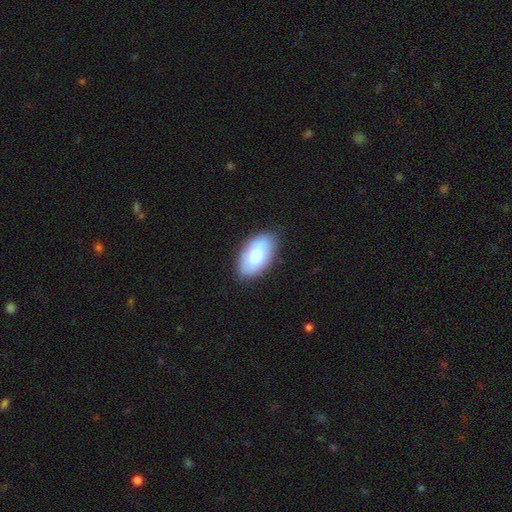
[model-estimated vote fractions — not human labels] Smooth or featured? smooth (71%)
How rounded? in between (94%)
Merging? none (81%)